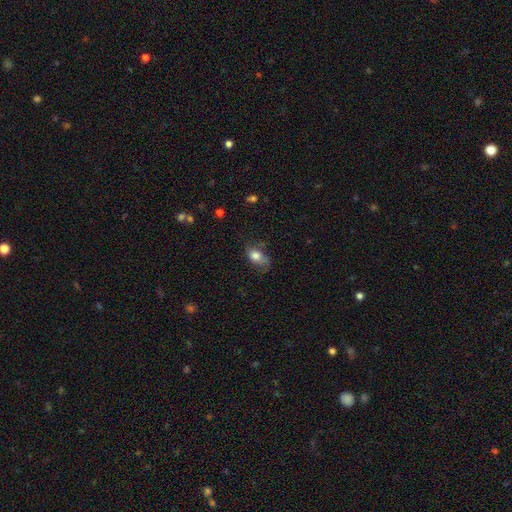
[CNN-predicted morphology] Smooth or featured: smooth — 76% (featured or disk — 16%)
How rounded: in between — 84% (round — 13%)
Merging: none — 51% (minor disturbance — 31%)